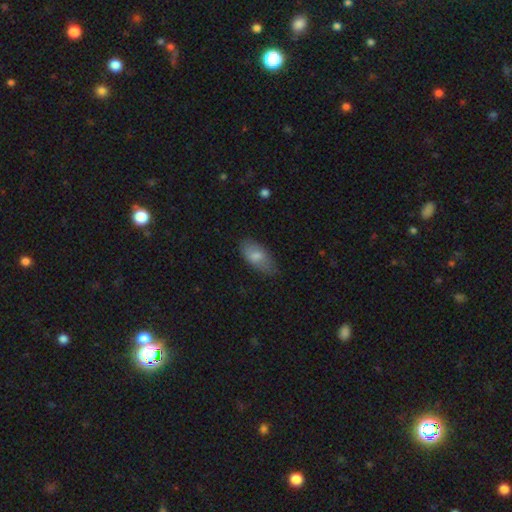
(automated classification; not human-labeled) smooth-or-featured: smooth: 74% | featured or disk: 18% | star or artifact: 8%
  how-rounded: in between: 88% | cigar-shaped: 9% | round: 3%
  merging: none: 75% | minor disturbance: 20% | major disturbance: 4% | merger: 1%